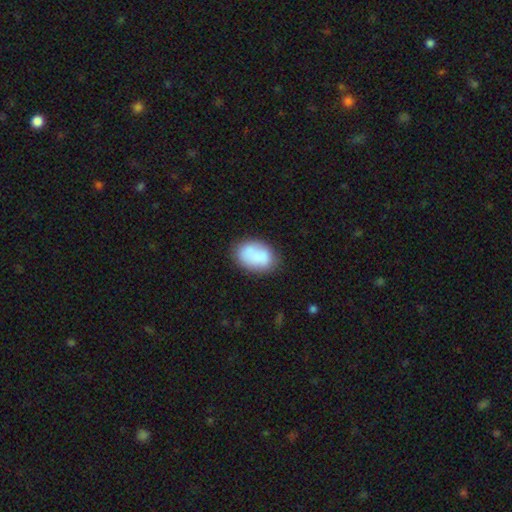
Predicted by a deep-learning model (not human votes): Smooth or featured: smooth — 81% (featured or disk — 11%)
How rounded: in between — 84% (round — 15%)
Merging: none — 69% (minor disturbance — 19%)